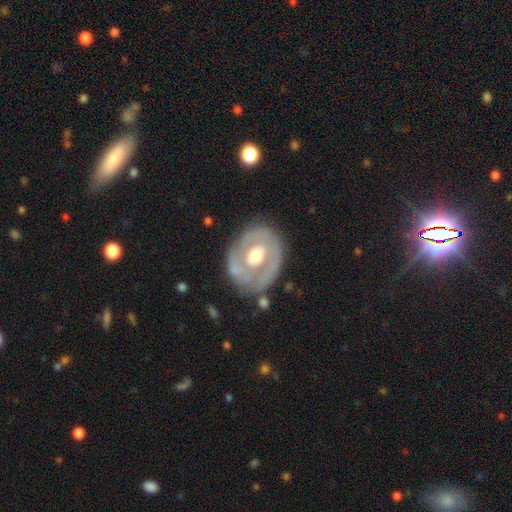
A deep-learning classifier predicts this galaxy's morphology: featured or disk 69%, smooth 26%, star or artifact 5%. Down the decision tree: edge-on disk — no (96%); bar — no (65%); spiral arms — no (60%); bulge size — moderate (71%); merging — none (65%).